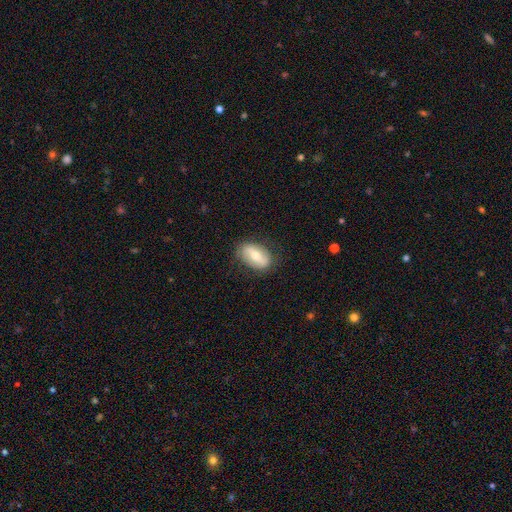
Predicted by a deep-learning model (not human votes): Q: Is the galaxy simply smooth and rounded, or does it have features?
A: smooth — 47%.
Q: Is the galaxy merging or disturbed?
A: none — 81%.